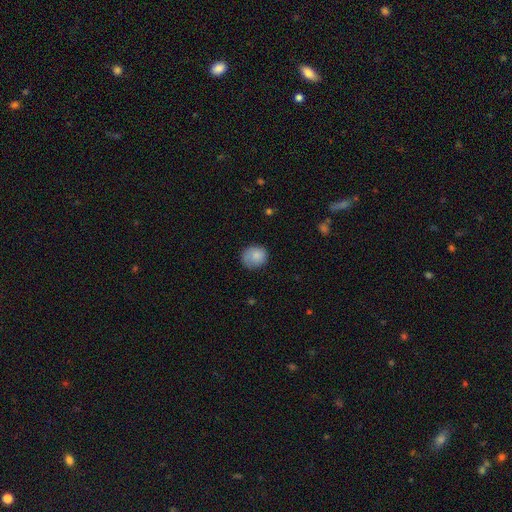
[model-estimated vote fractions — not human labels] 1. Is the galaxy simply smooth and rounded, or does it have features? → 84% smooth, 9% featured or disk, 8% star or artifact.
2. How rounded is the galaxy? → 76% round, 23% in between, 1% cigar-shaped.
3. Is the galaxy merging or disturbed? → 69% none, 23% minor disturbance, 7% major disturbance, 1% merger.